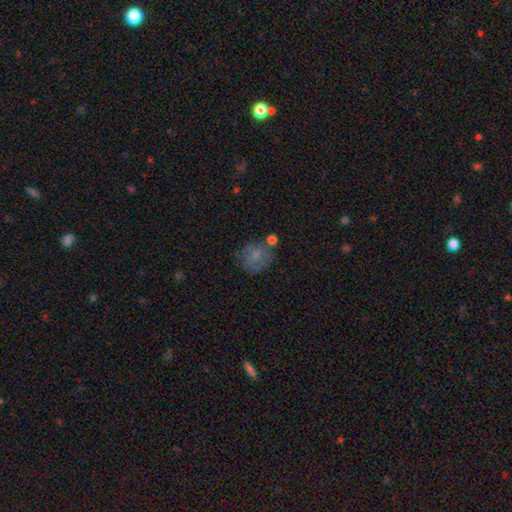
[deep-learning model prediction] This appears to be a smooth galaxy with no disk features (66%) that is round (78%). Merging: none (58%).